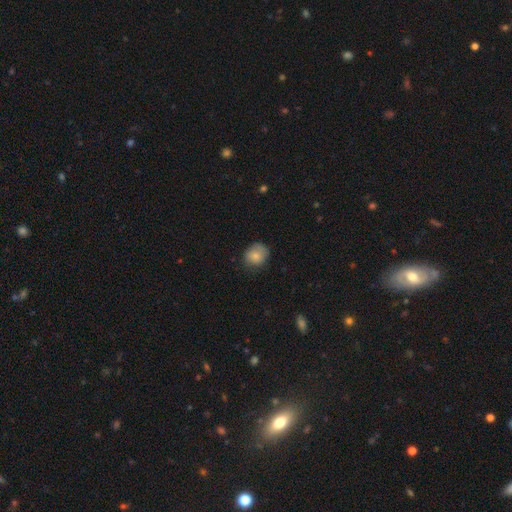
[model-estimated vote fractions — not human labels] A smooth galaxy with no disk features (81%) that is round (70%).

Vote fractions:
- Smooth or featured? smooth: 81% / featured or disk: 11% / star or artifact: 8%
- How rounded? round: 70% / in between: 29% / cigar-shaped: 1%
- Merging? none: 69% / minor disturbance: 24% / major disturbance: 6% / merger: 1%